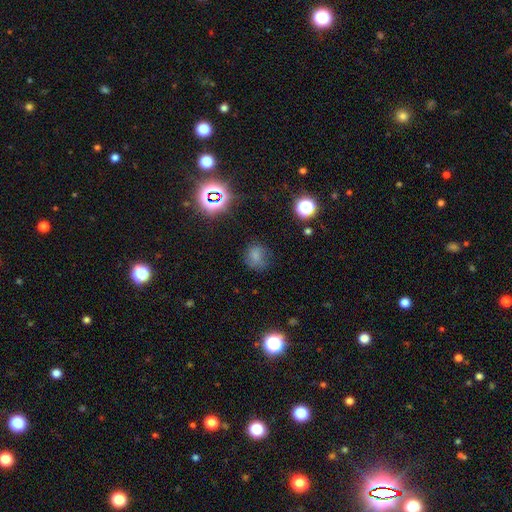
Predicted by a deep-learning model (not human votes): This appears to be a smooth galaxy with no disk features (67%) that is round (72%). Merging: none (65%).